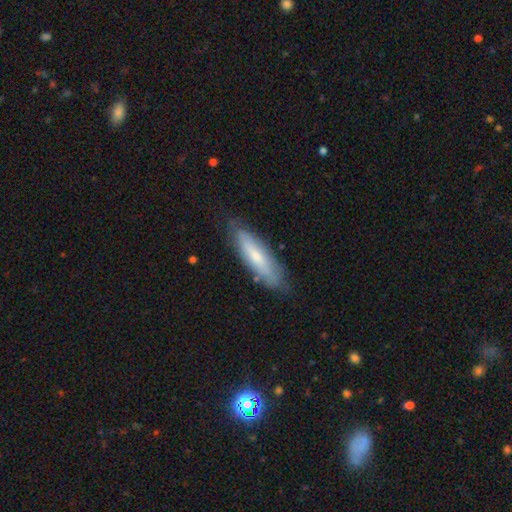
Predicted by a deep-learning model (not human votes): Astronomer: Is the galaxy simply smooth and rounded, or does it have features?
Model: smooth — 54% (runner-up: featured or disk, 40%).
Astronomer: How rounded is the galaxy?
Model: cigar-shaped — 62%.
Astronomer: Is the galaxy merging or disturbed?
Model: none — 78%.